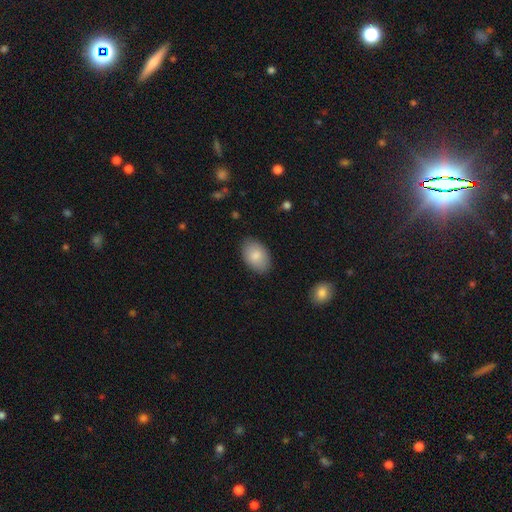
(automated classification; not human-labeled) Smooth or featured? smooth (85%)
How rounded? in between (91%)
Merging? none (86%)